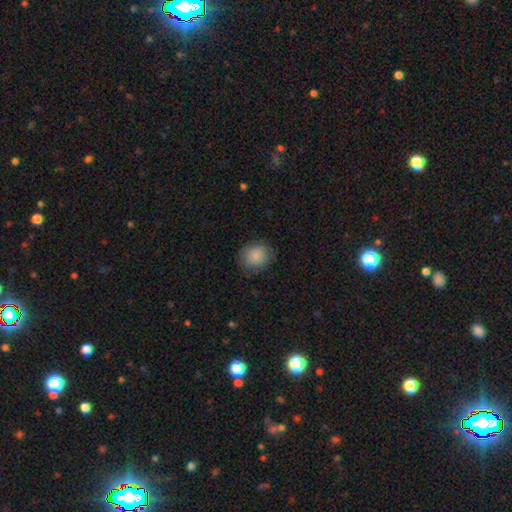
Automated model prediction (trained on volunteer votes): smooth_or_featured: smooth (p=0.88) [alt: star or artifact p=0.07]
how_rounded: round (p=0.74) [alt: in between p=0.25]
merging: none (p=0.84) [alt: minor disturbance p=0.12]